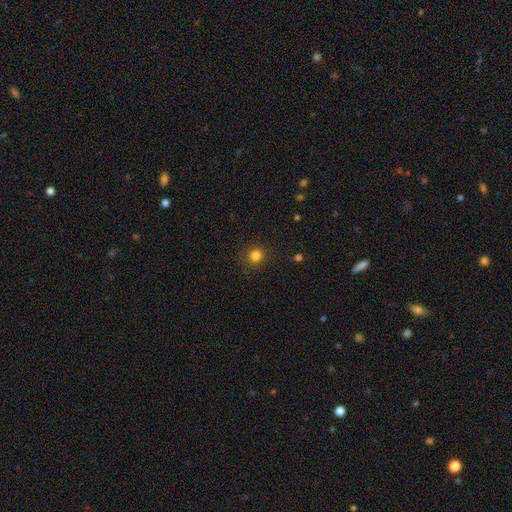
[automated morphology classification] Smooth or featured?
  - smooth: 82% *
  - star or artifact: 14%
  - featured or disk: 4%
How rounded?
  - round: 91% *
  - in between: 8%
  - cigar-shaped: 1%
Merging?
  - none: 89% *
  - minor disturbance: 7%
  - major disturbance: 3%
  - merger: 1%